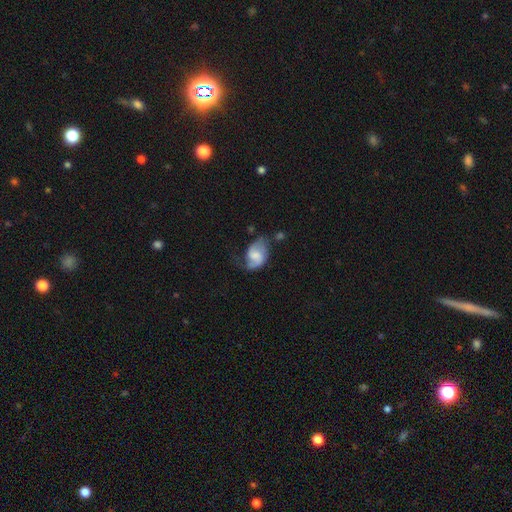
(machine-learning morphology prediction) smooth-or-featured: featured or disk: 60% | smooth: 32% | star or artifact: 7%
  disk-edge-on: no: 97% | yes: 3%
    bar: weak: 47% | no: 39% | strong: 15%
    has-spiral-arms: yes: 87% | no: 13%
      spiral-winding: loose: 44% | medium: 41% | tight: 15%
      spiral-arm-count: 2: 78% | 1: 12% | can't tell: 7% | 3: 1% | 4: 1% | more than 4: 1%
    bulge-size: moderate: 30% | none: 27% | small: 25% | large: 15% | dominant: 3%
  merging: none: 42% | minor disturbance: 30% | major disturbance: 22% | merger: 6%